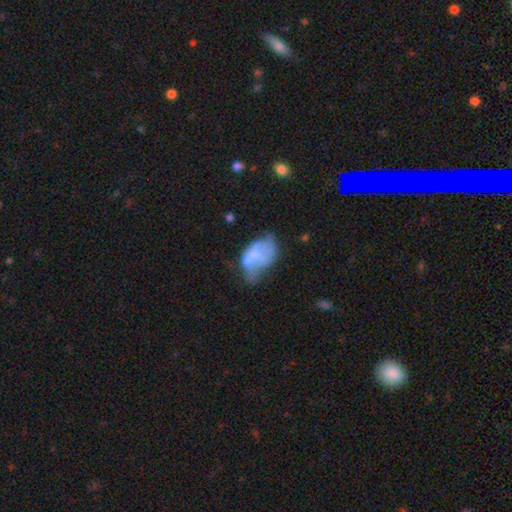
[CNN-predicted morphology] Smooth or featured? smooth (52%)
How rounded? in between (88%)
Merging? major disturbance (27%)